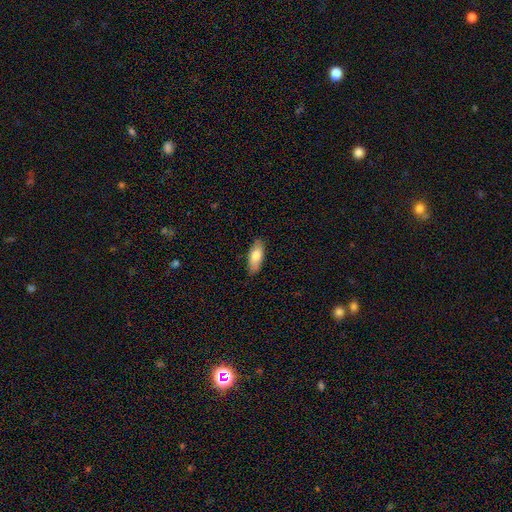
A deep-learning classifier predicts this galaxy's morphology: type=smooth (76%); roundness=in between (82%); merging=none (87%).